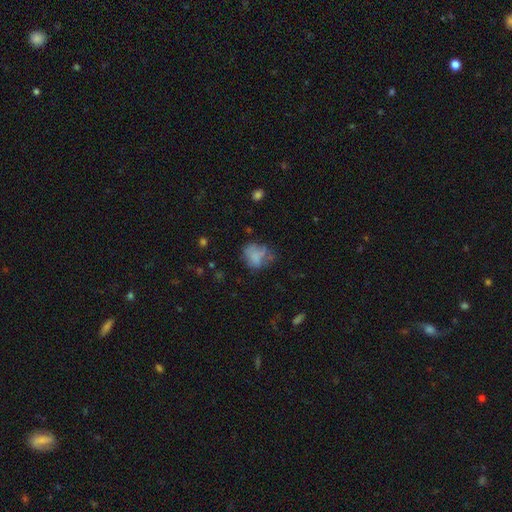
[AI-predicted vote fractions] smooth-or-featured: smooth: 67% | featured or disk: 21% | star or artifact: 12%
  how-rounded: in between: 52% | round: 47% | cigar-shaped: 1%
  merging: none: 40% | minor disturbance: 29% | major disturbance: 24% | merger: 7%